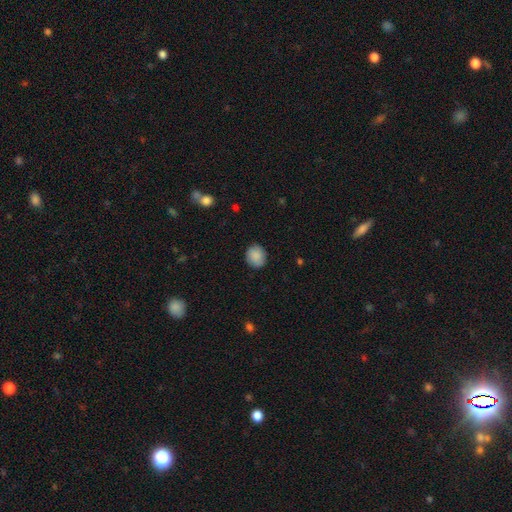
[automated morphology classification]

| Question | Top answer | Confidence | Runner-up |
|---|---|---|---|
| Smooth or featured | smooth | 88% | star or artifact (7%) |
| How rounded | round | 70% | in between (29%) |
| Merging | none | 85% | minor disturbance (11%) |